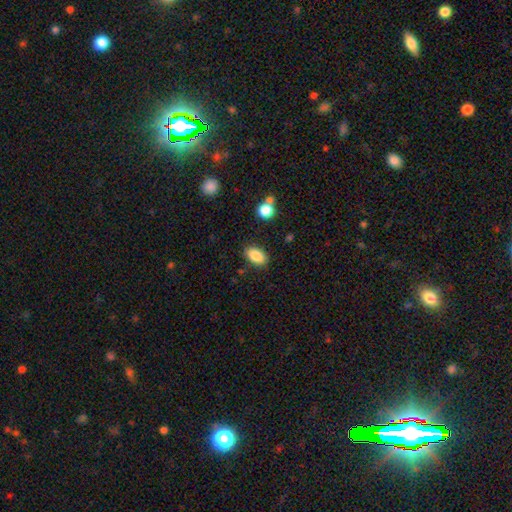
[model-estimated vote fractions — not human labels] Overall: smooth (87%). How rounded: in between (91%). Merging: none (84%).